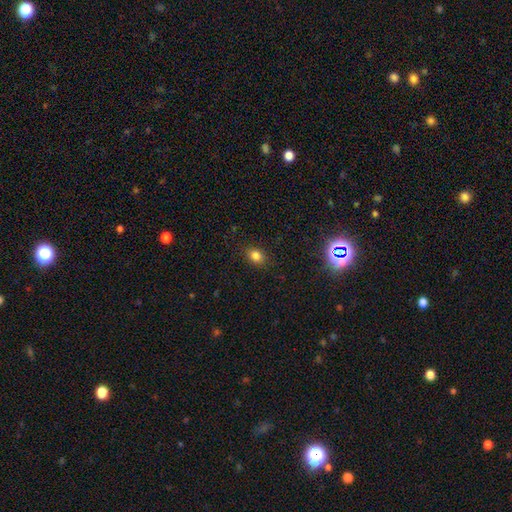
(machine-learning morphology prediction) Smooth or featured?
  - smooth: 80% *
  - star or artifact: 15%
  - featured or disk: 5%
How rounded?
  - in between: 50% *
  - round: 49%
  - cigar-shaped: 1%
Merging?
  - none: 87% *
  - minor disturbance: 9%
  - major disturbance: 3%
  - merger: 1%